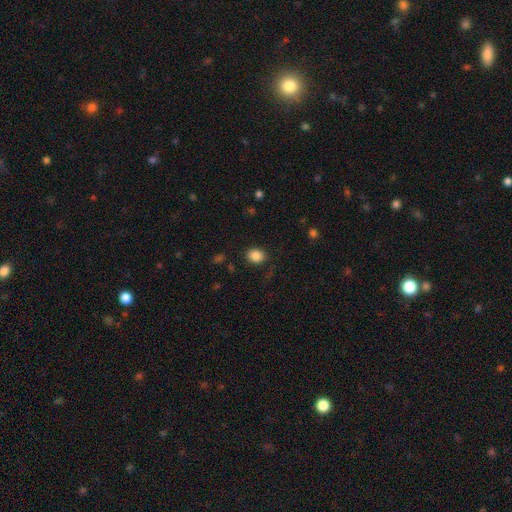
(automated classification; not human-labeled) Smooth or featured? Predicted: smooth (p=0.85). How rounded? Predicted: round (p=0.50). Merging? Predicted: none (p=0.85).